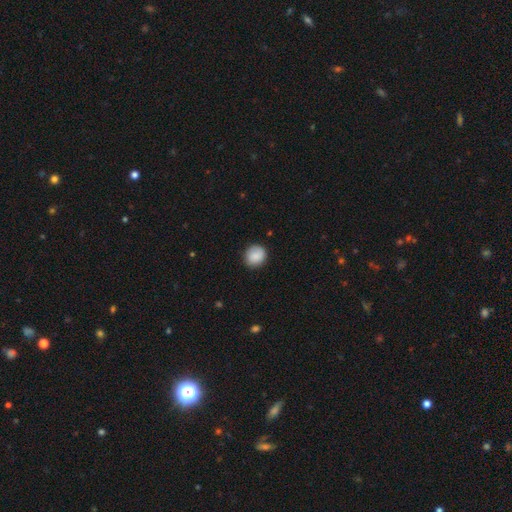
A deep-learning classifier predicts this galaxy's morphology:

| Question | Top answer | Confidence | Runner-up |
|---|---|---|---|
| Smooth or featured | smooth | 87% | star or artifact (7%) |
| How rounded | round | 87% | in between (12%) |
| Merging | none | 85% | minor disturbance (11%) |